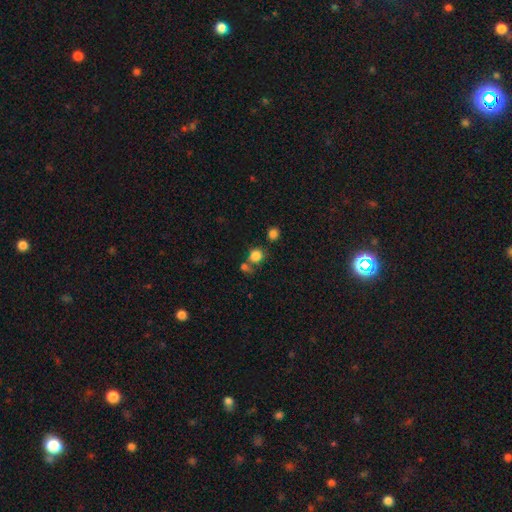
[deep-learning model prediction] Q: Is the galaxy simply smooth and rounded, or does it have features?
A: smooth — 81%.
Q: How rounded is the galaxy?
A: round — 85%.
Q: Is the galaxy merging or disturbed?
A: none — 57%.